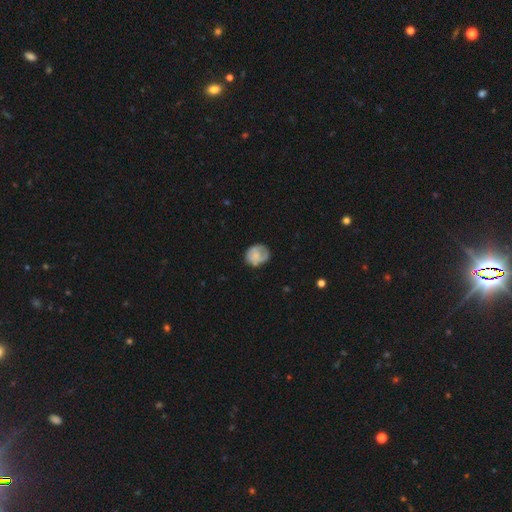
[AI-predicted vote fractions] Overall: smooth (67%). How rounded: round (68%; in between 31%). Merging: none (60%; minor disturbance 28%).